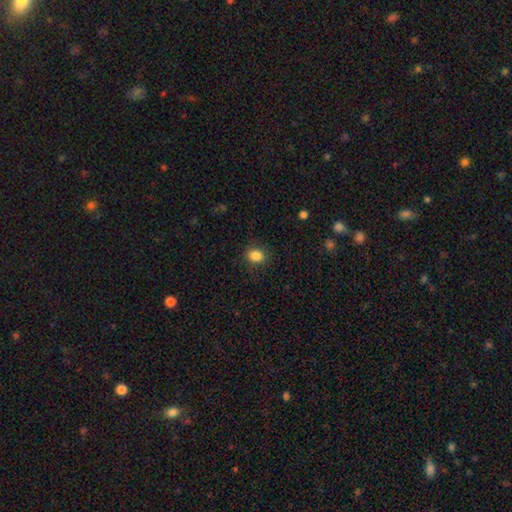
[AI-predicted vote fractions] Smooth or featured? Predicted: smooth (p=0.85). How rounded? Predicted: in between (p=0.50). Merging? Predicted: none (p=0.86).